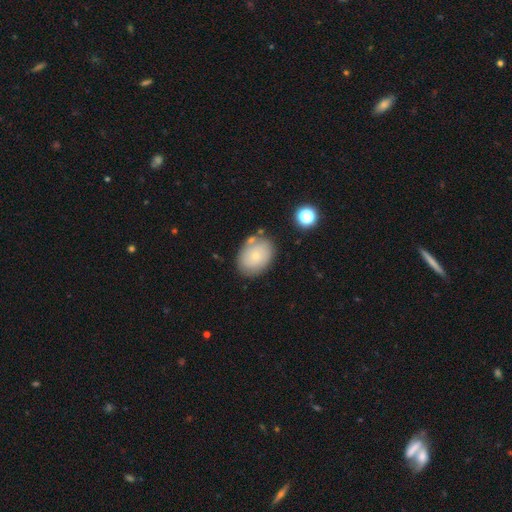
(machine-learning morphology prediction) smooth-or-featured: smooth: 65% | featured or disk: 27% | star or artifact: 8%
  how-rounded: in between: 66% | round: 33% | cigar-shaped: 1%
  merging: none: 74% | minor disturbance: 16% | merger: 5% | major disturbance: 4%